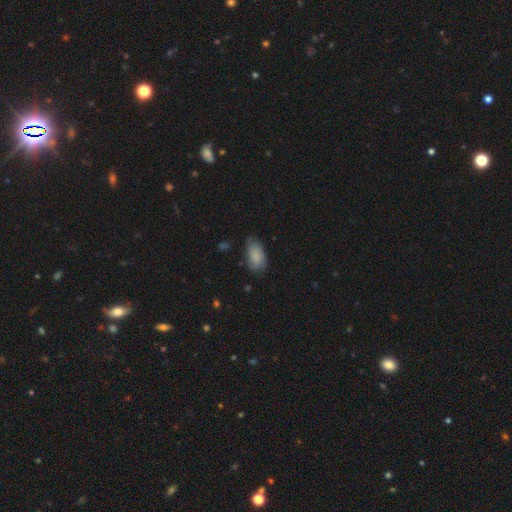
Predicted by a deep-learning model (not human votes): A smooth galaxy with no disk features (79%) that is in between round and cigar-shaped (93%).

Vote fractions:
- Smooth or featured? smooth: 79% / featured or disk: 14% / star or artifact: 7%
- How rounded? in between: 93% / round: 4% / cigar-shaped: 2%
- Merging? none: 65% / minor disturbance: 27% / major disturbance: 6% / merger: 2%